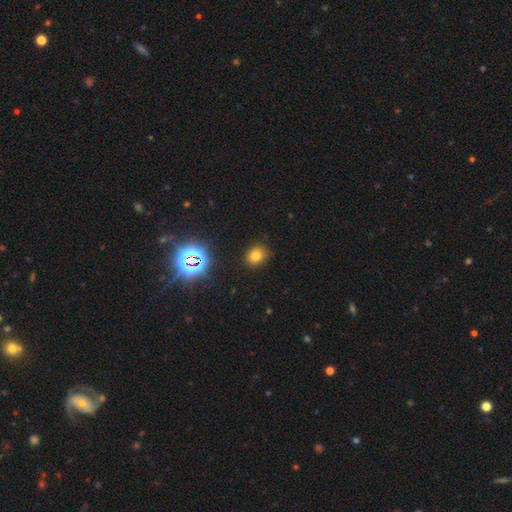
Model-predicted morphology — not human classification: smooth-or-featured: smooth: 72% | star or artifact: 20% | featured or disk: 7%
  how-rounded: round: 65% | in between: 34% | cigar-shaped: 1%
  merging: none: 87% | minor disturbance: 9% | major disturbance: 3% | merger: 1%